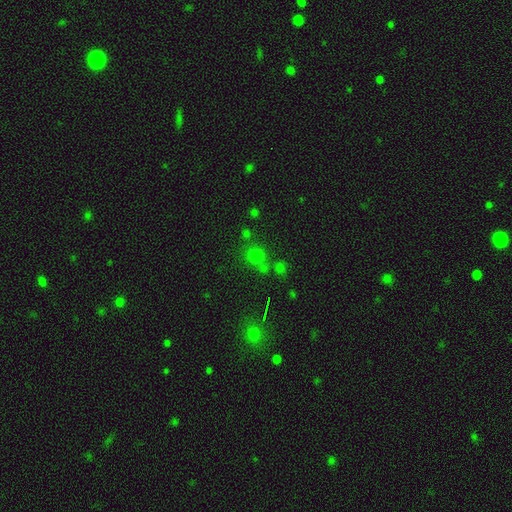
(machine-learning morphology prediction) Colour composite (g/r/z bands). It shows a smooth galaxy with no disk features (64%) that is round (88%). Merging: none (66%).